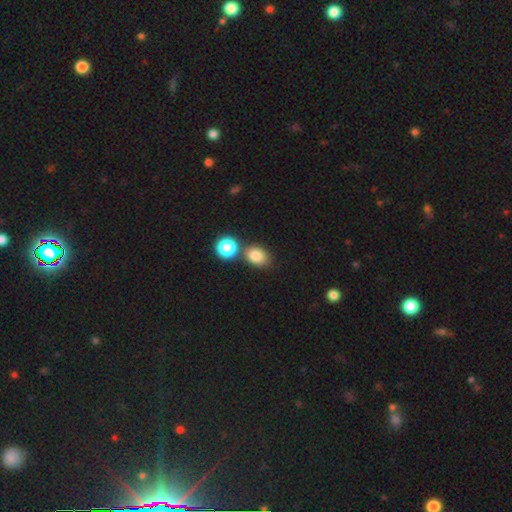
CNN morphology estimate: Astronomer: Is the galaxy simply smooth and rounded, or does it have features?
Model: smooth — 82%.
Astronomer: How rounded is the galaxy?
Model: in between — 62%.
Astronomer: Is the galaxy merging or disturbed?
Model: none — 66%.